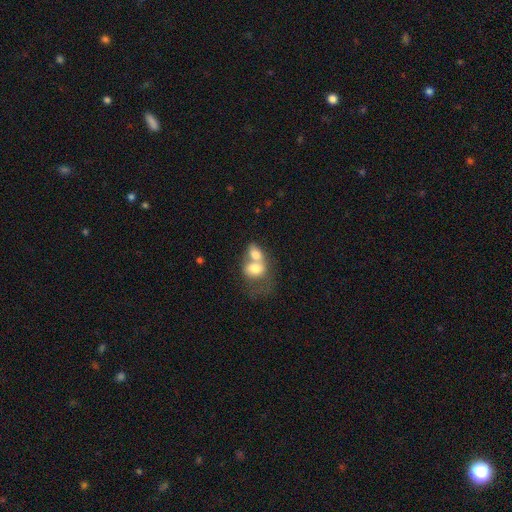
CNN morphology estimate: Overall: smooth (69%). How rounded: in between (60%; round 39%). Merging: merger (76%).